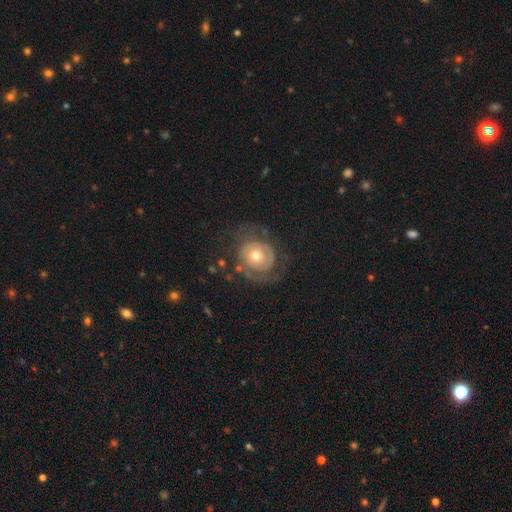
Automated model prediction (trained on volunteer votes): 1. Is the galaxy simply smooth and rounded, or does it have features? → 72% featured or disk, 22% smooth, 6% star or artifact.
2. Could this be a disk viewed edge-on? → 97% no, 3% yes.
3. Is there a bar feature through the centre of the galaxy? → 81% no, 15% weak, 4% strong.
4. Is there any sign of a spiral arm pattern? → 80% yes, 20% no.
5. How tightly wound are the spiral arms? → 56% tight, 29% medium, 15% loose.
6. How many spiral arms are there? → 49% 2, 20% 1, 20% can't tell, 6% 3, 2% 4, 2% more than 4.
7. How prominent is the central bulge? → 67% moderate, 25% small, 5% large, 1% dominant, 1% none.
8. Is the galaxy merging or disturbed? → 60% none, 19% major disturbance, 19% minor disturbance, 2% merger.